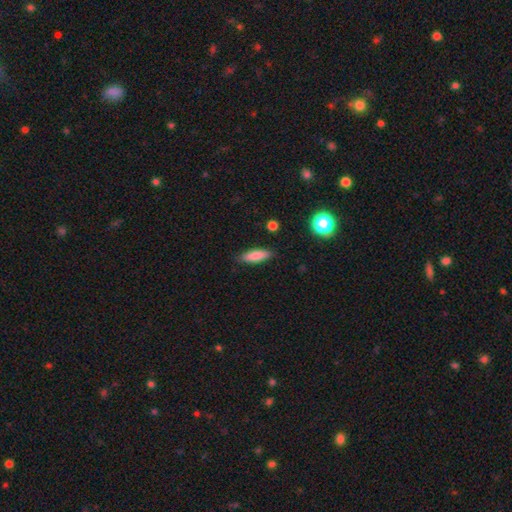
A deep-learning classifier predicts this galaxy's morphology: smooth 82%, featured or disk 10%, star or artifact 7%. Down the decision tree: how rounded — in between (50%); merging — none (85%).